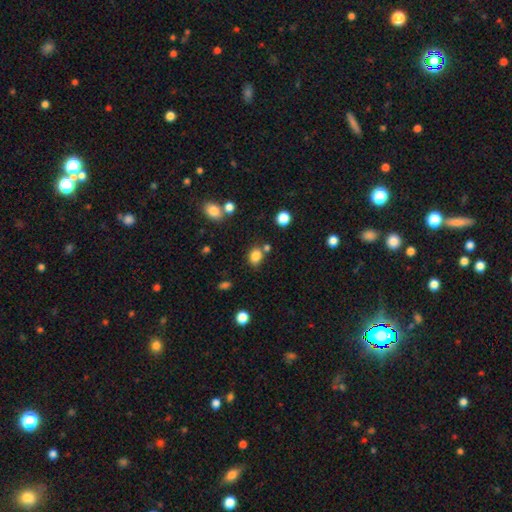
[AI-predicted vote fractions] Overall: smooth (83%). How rounded: in between (55%; round 43%). Merging: none (67%).